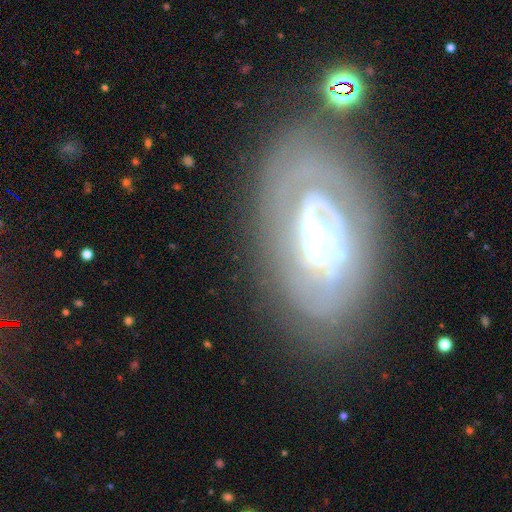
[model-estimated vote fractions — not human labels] This appears to be a featured or disk galaxy (76%) with no bar (58%), spiral arms (64%) and a small central bulge (44%). Merging: none (71%).